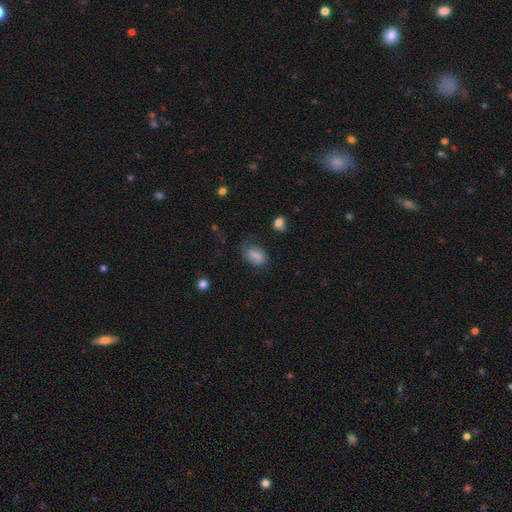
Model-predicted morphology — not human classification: Overall: smooth (78%). How rounded: in between (85%). Merging: none (54%; minor disturbance 29%).